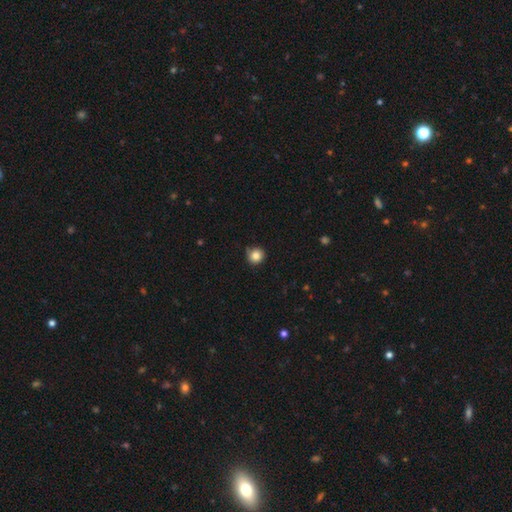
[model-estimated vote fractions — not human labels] Smooth or featured? Predicted: smooth (p=0.84). How rounded? Predicted: round (p=0.93). Merging? Predicted: none (p=0.81).